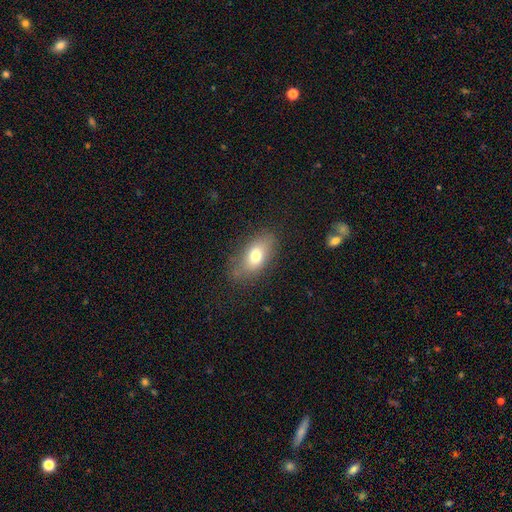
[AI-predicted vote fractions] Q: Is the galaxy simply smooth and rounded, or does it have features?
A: smooth — 73%.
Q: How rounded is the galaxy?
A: in between — 87%.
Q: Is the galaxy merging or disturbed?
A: none — 73%.